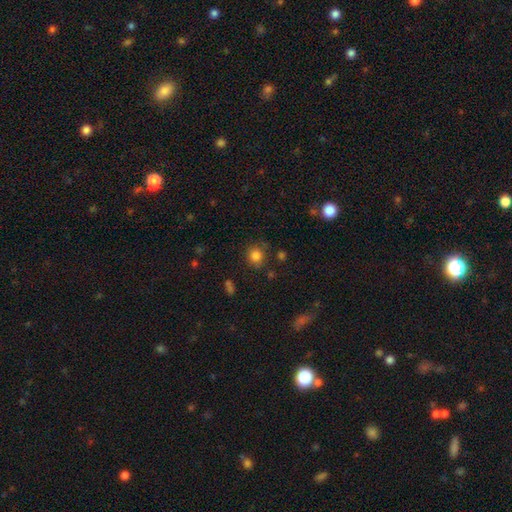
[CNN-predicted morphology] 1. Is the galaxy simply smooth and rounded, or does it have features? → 82% smooth, 12% star or artifact, 5% featured or disk.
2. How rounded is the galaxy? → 88% round, 11% in between, 1% cigar-shaped.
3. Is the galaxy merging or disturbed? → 79% none, 13% minor disturbance, 4% major disturbance, 3% merger.